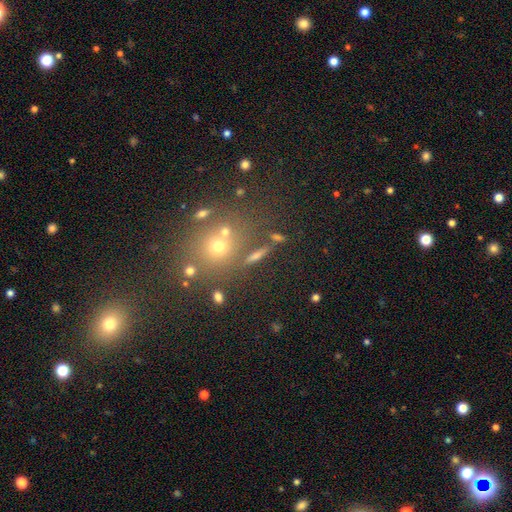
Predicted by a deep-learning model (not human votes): Smooth or featured: smooth — 46% (star or artifact — 34%)
Merging: none — 68% (merger — 15%)